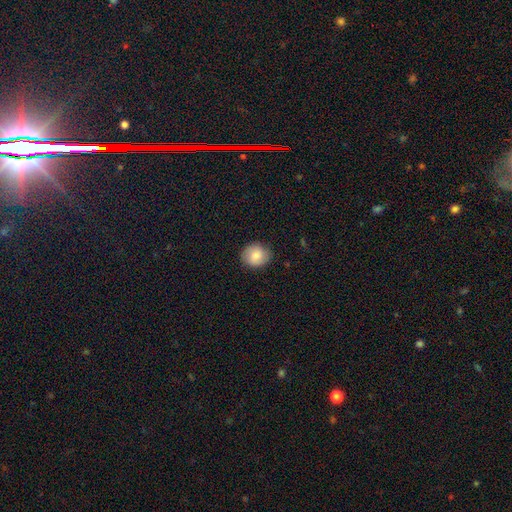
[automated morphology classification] Smooth or featured? smooth (82%)
How rounded? round (79%)
Merging? none (84%)